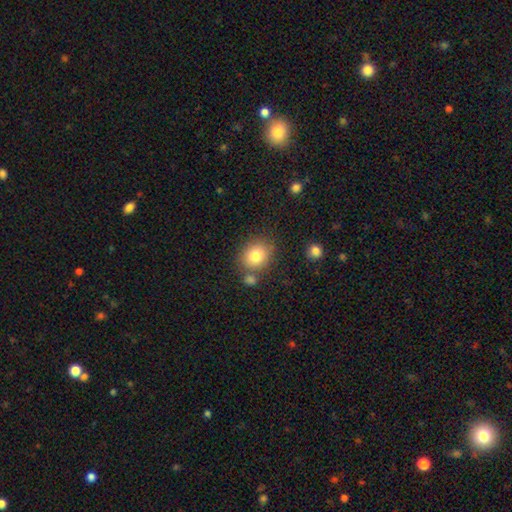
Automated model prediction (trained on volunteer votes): smooth_or_featured: smooth (p=0.81) [alt: star or artifact p=0.10]
how_rounded: round (p=0.69) [alt: in between p=0.30]
merging: none (p=0.71) [alt: merger p=0.13]